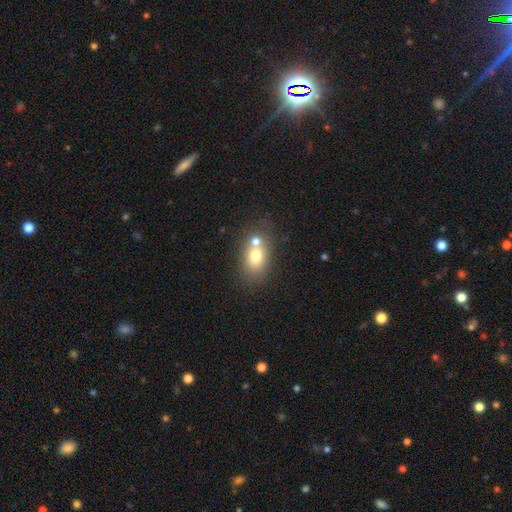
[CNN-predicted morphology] Smooth or featured? Predicted: smooth (p=0.71). How rounded? Predicted: in between (p=0.69). Merging? Predicted: none (p=0.45).